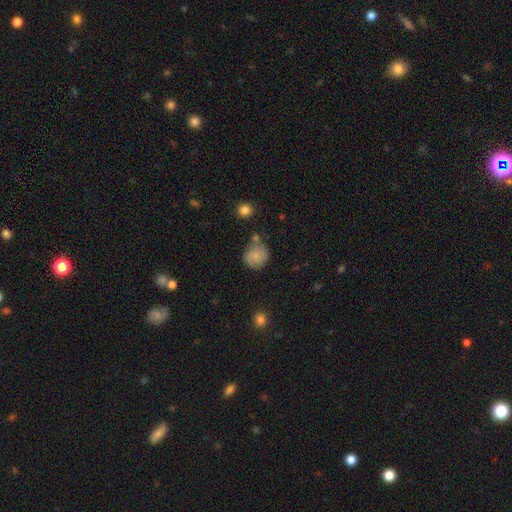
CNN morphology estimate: Smooth or featured? Predicted: smooth (p=0.74). How rounded? Predicted: round (p=0.85). Merging? Predicted: none (p=0.63).